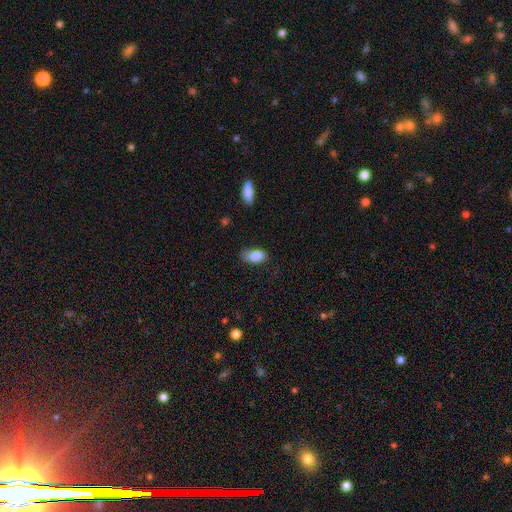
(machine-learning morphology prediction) smooth-or-featured: smooth: 86% | star or artifact: 7% | featured or disk: 7%
  how-rounded: in between: 93% | round: 5% | cigar-shaped: 3%
  merging: none: 61% | minor disturbance: 30% | major disturbance: 8% | merger: 2%